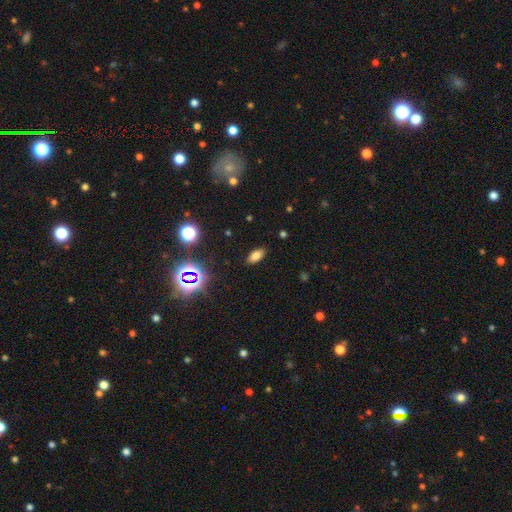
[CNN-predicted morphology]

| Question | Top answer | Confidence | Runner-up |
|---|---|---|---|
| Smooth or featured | smooth | 73% | star or artifact (18%) |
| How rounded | in between | 88% | cigar-shaped (7%) |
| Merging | none | 87% | minor disturbance (9%) |